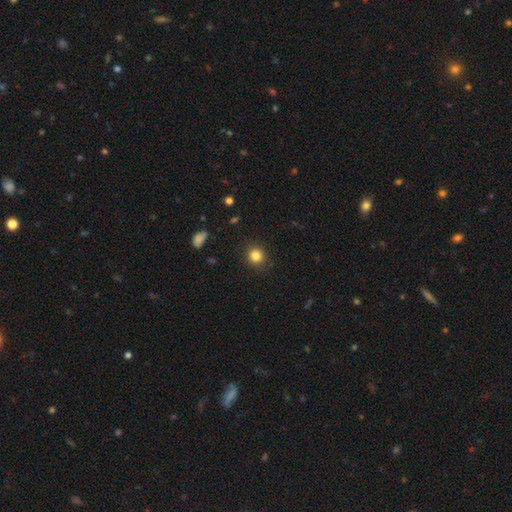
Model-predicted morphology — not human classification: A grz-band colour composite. It shows a smooth galaxy with no disk features (84%) that is round (88%). Merging: none (89%).